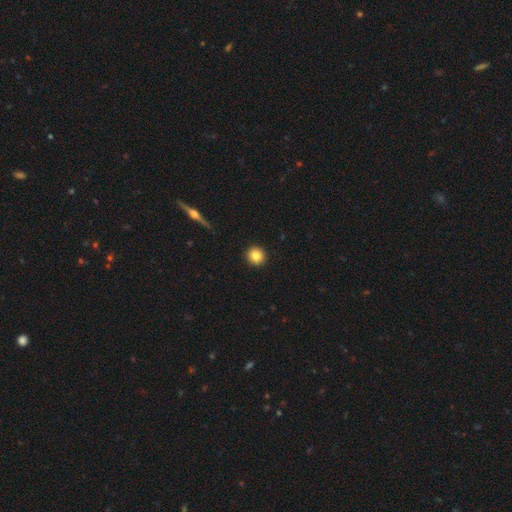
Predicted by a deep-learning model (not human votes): The model was most divided on "smooth or featured": smooth: 85%, star or artifact: 9%, featured or disk: 6%. More confident: how rounded — round (94%); merging — none (93%).